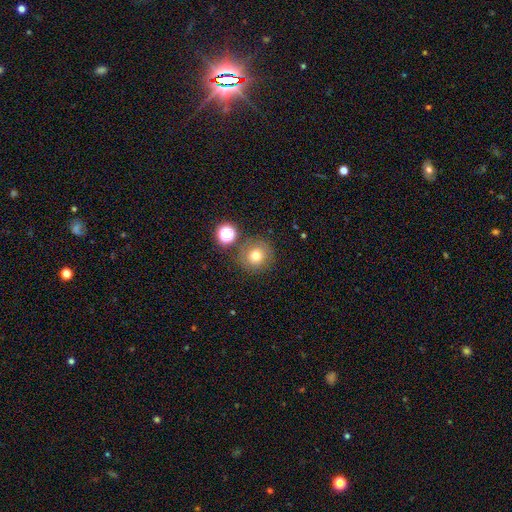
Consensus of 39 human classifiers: Smooth or featured?
  - smooth: 72% *
  - featured or disk: 21%
  - star or artifact: 8%
How rounded?
  - round: 93% *
  - in between: 7%
  - cigar-shaped: 0%
Merging?
  - none: 78% *
  - minor disturbance: 11%
  - major disturbance: 8%
  - merger: 3%